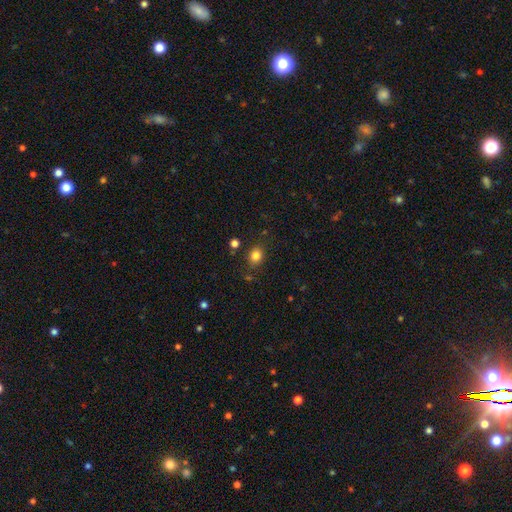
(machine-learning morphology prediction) A smooth galaxy with no disk features (82%) that is round (66%).

Vote fractions:
- Smooth or featured? smooth: 82% / star or artifact: 12% / featured or disk: 5%
- How rounded? round: 66% / in between: 33% / cigar-shaped: 1%
- Merging? none: 84% / minor disturbance: 10% / merger: 3% / major disturbance: 3%